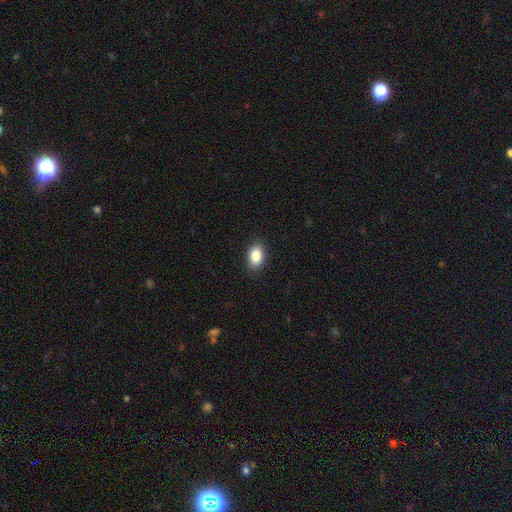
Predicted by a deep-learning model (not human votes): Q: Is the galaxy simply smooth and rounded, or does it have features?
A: smooth — 87%.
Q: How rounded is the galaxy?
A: in between — 88%.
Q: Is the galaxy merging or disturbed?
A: none — 89%.